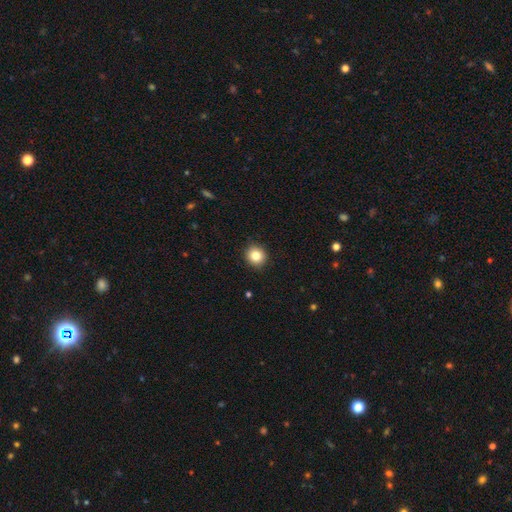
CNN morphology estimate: Smooth or featured: smooth — 84% (star or artifact — 10%)
How rounded: round — 89% (in between — 10%)
Merging: none — 91% (minor disturbance — 6%)